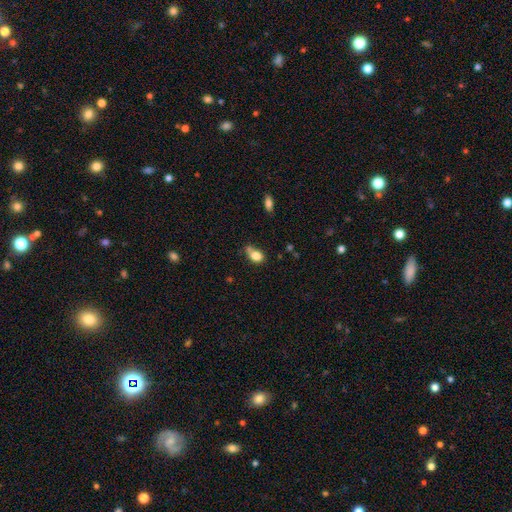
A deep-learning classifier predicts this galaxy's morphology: smooth-or-featured: smooth: 80% | star or artifact: 10% | featured or disk: 10%
  how-rounded: in between: 67% | round: 31% | cigar-shaped: 2%
  merging: none: 44% | minor disturbance: 25% | merger: 23% | major disturbance: 8%